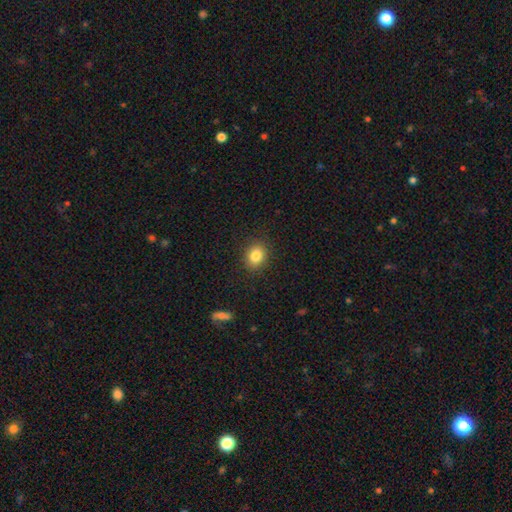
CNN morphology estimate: Smooth or featured? Predicted: smooth (p=0.84). How rounded? Predicted: round (p=0.60). Merging? Predicted: none (p=0.88).